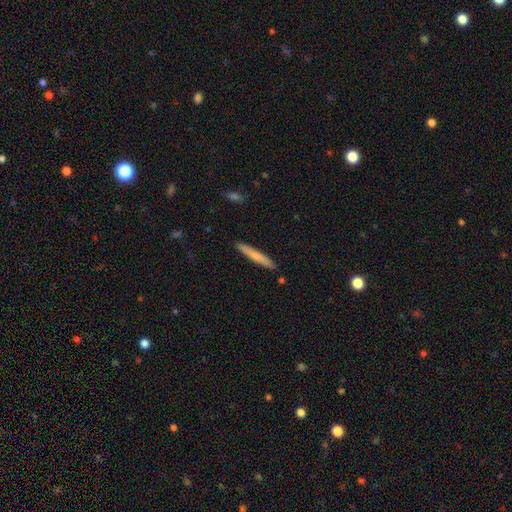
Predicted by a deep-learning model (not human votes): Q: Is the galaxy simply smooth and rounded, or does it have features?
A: smooth — 70%.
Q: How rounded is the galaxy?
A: cigar-shaped — 95%.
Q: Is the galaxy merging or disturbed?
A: none — 90%.